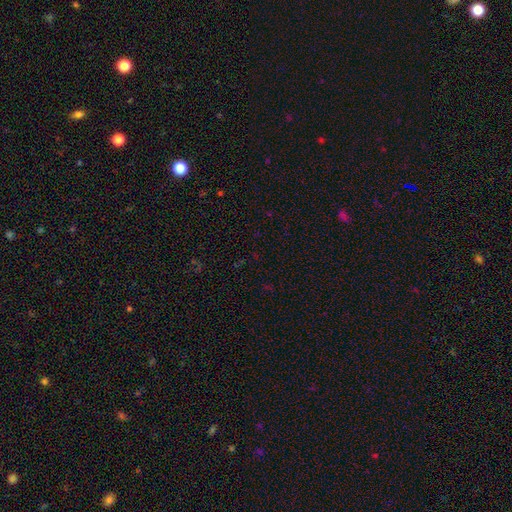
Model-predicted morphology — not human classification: Overall: star or artifact (66%; smooth 26%).